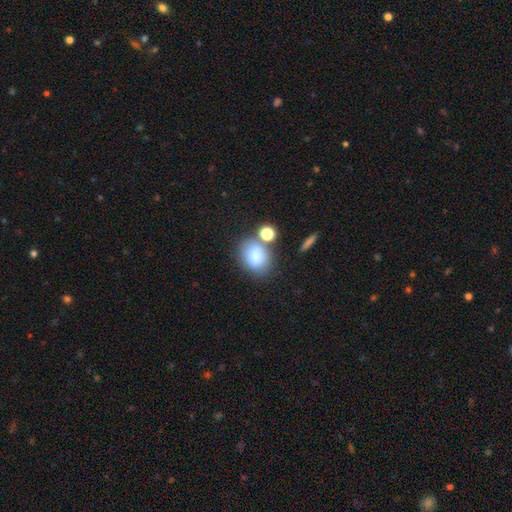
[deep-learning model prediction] Smooth or featured: smooth — 80% (star or artifact — 10%)
How rounded: in between — 63% (round — 36%)
Merging: none — 55% (merger — 22%)